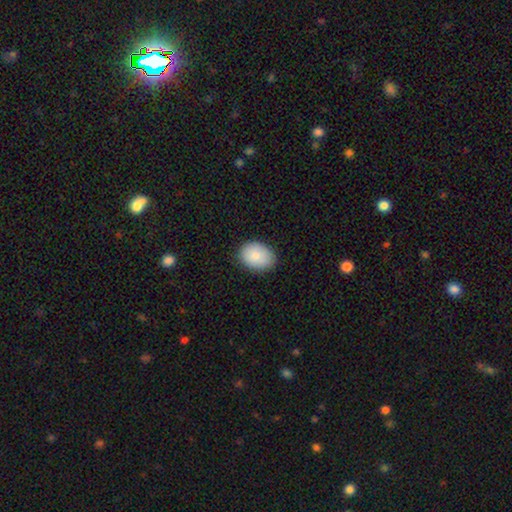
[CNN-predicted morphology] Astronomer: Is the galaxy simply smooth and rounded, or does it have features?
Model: smooth — 85%.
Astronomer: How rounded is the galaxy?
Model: in between — 72%.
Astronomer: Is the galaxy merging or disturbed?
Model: none — 84%.